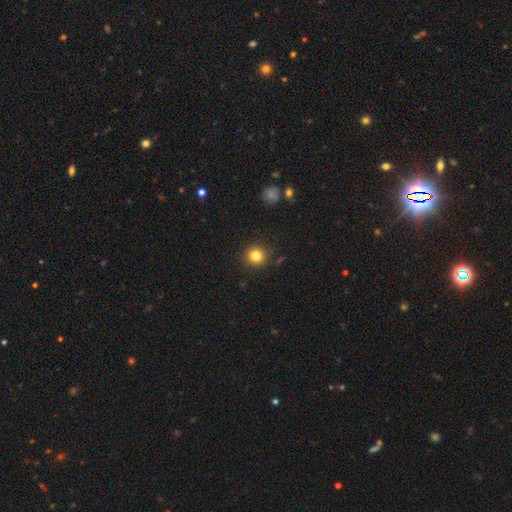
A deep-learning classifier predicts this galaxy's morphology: A smooth galaxy with no disk features (82%) that is round (93%).

Vote fractions:
- Smooth or featured? smooth: 82% / star or artifact: 12% / featured or disk: 6%
- How rounded? round: 93% / in between: 6% / cigar-shaped: 1%
- Merging? none: 90% / minor disturbance: 7% / major disturbance: 2% / merger: 2%